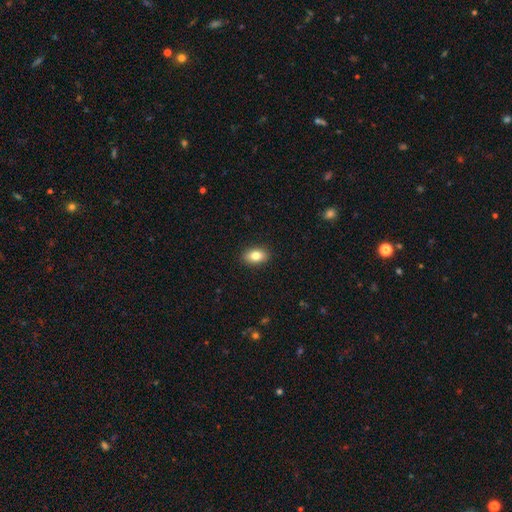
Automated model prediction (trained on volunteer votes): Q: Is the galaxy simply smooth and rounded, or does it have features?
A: smooth — 82%.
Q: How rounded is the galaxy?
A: in between — 87%.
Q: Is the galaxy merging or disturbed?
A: none — 90%.